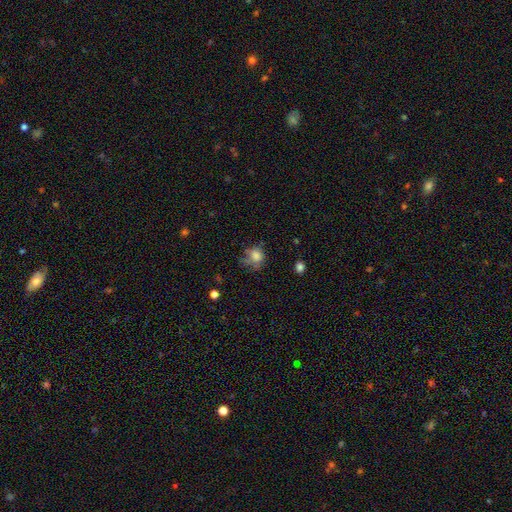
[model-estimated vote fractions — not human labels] Smooth or featured?
  - smooth: 74% *
  - featured or disk: 14%
  - star or artifact: 11%
How rounded?
  - round: 63% *
  - in between: 36%
  - cigar-shaped: 1%
Merging?
  - none: 42% *
  - minor disturbance: 29%
  - major disturbance: 24%
  - merger: 6%